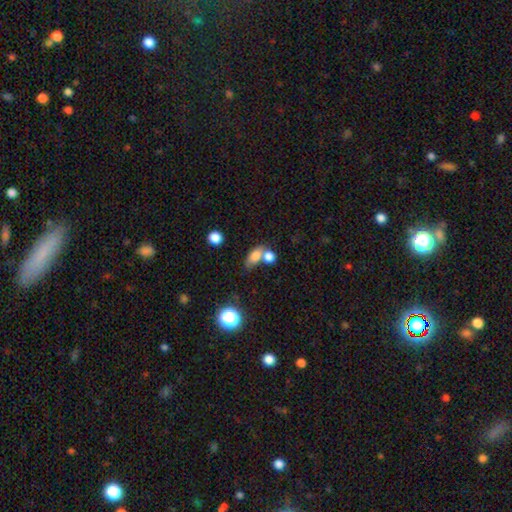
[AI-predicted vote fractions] This is likely a smooth galaxy (77%). How rounded: likely in between (76%). Merging: possibly merger (47%).